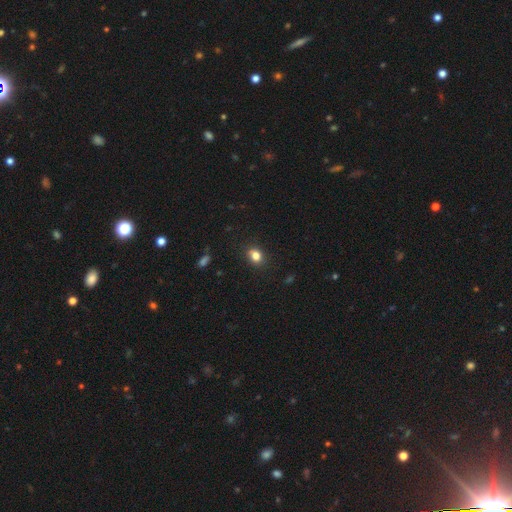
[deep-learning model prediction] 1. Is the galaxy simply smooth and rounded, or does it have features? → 82% smooth, 12% star or artifact, 6% featured or disk.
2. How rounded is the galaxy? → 56% in between, 43% round, 1% cigar-shaped.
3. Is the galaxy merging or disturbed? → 83% none, 12% minor disturbance, 3% major disturbance, 2% merger.